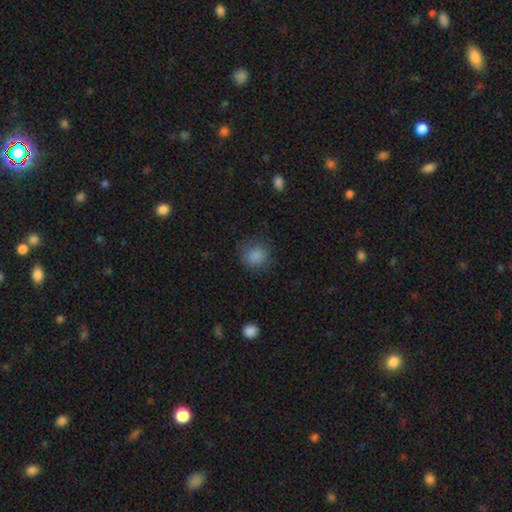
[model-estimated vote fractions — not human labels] This appears to be a smooth galaxy with no disk features (85%) that is round (86%). Merging: none (77%).